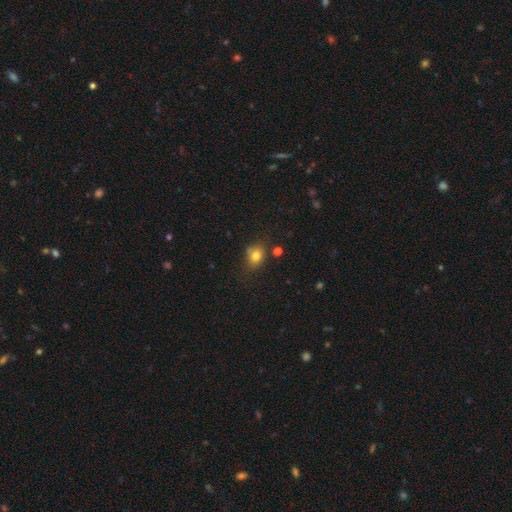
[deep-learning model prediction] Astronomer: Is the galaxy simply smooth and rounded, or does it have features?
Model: smooth — 79%.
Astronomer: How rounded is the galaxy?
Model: in between — 50% (runner-up: round, 49%).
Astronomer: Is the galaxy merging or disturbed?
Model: none — 63%.